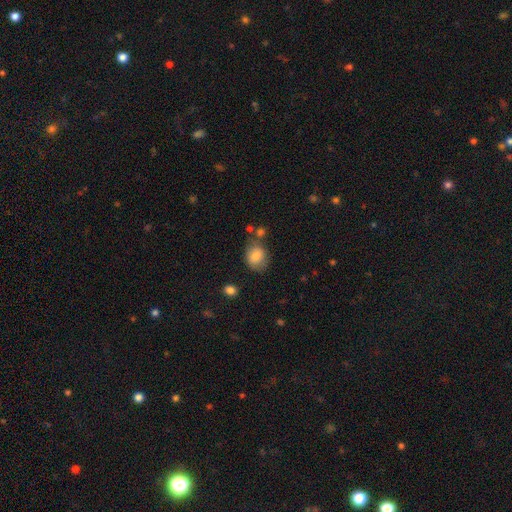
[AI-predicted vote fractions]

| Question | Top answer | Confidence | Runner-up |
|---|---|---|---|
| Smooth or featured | smooth | 81% | featured or disk (10%) |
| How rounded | round | 56% | in between (43%) |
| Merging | none | 65% | minor disturbance (20%) |